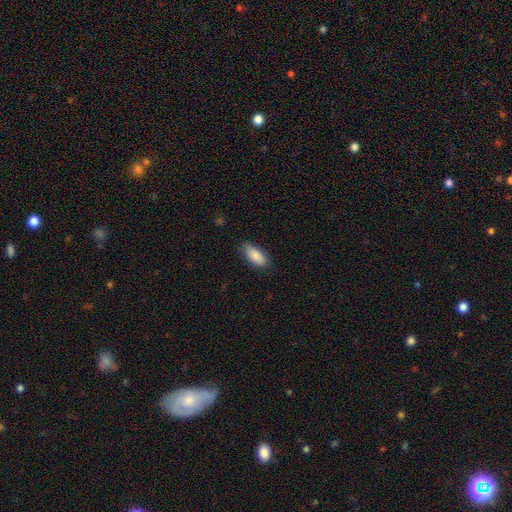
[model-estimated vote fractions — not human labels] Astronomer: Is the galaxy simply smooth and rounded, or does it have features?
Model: smooth — 87%.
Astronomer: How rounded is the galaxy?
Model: in between — 88%.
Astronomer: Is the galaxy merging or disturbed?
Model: none — 77%.